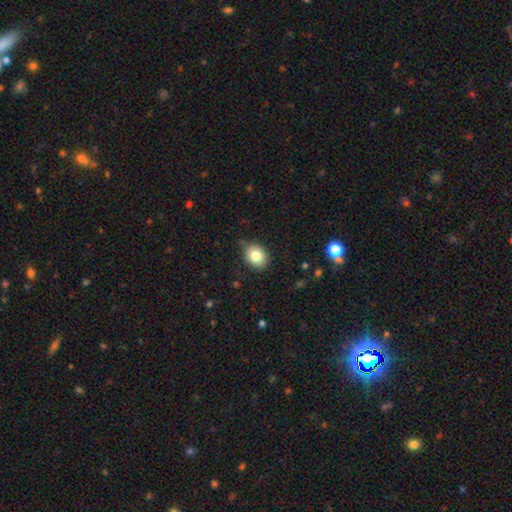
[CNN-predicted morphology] This is clearly a smooth galaxy (82%). How rounded: possibly in between (57%). Merging: clearly none (82%).